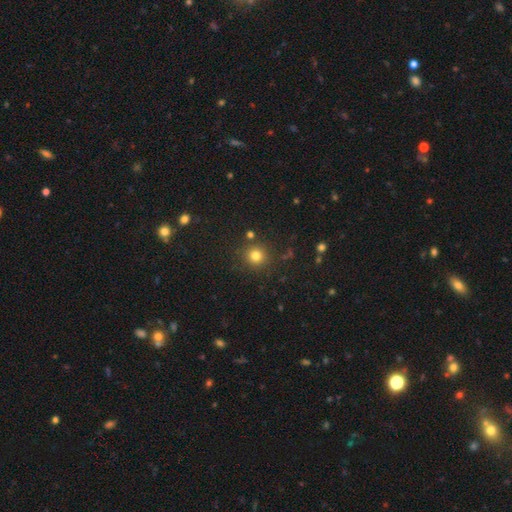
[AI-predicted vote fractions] Overall: smooth (79%). How rounded: round (93%). Merging: none (86%).